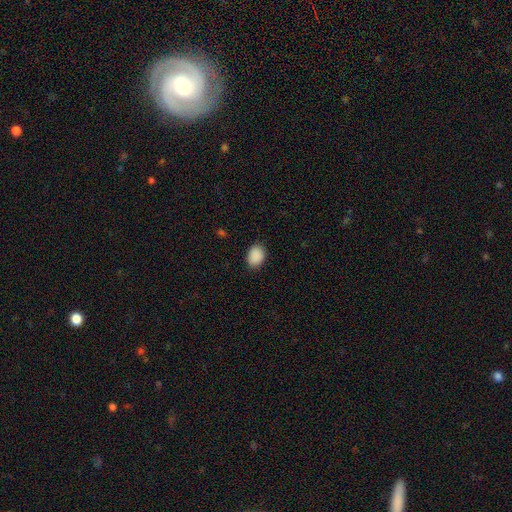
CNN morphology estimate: A smooth galaxy with no disk features (90%) that is in between round and cigar-shaped (70%). Merging: none (86%).